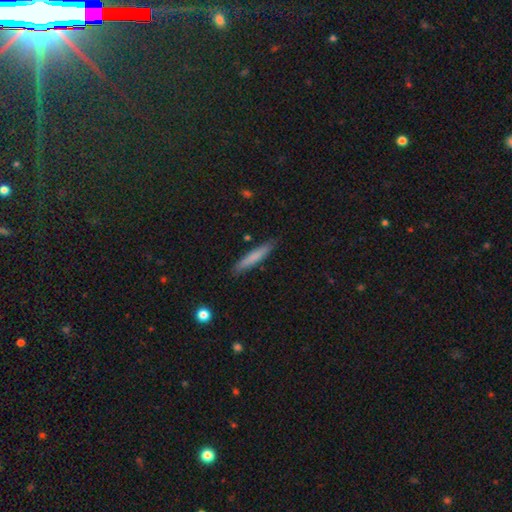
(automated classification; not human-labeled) Morphology: type=smooth (75%); roundness=cigar-shaped (93%); merging=none (88%).